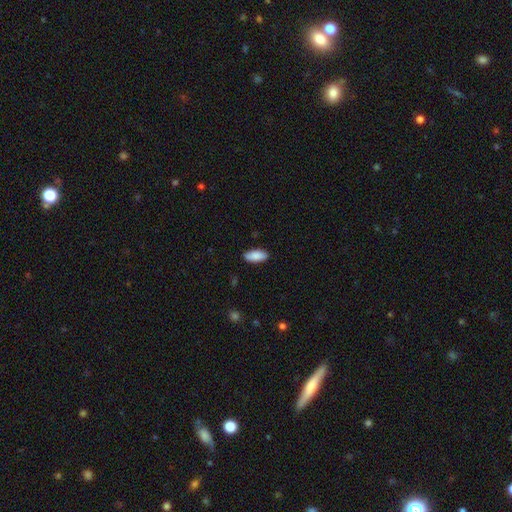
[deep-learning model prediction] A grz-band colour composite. It shows a smooth galaxy with no disk features (88%) that is in between round and cigar-shaped (85%). Merging: none (88%).